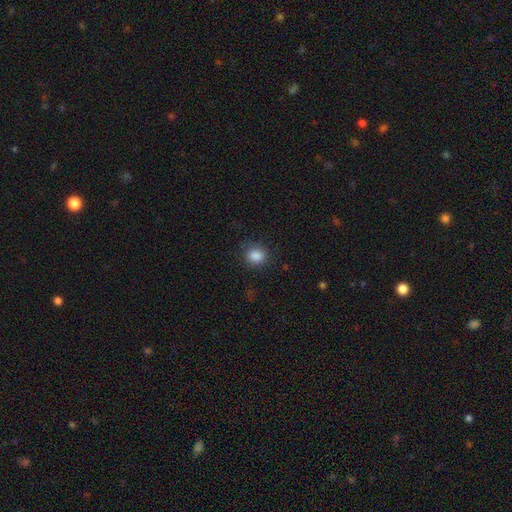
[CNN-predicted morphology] smooth-or-featured: smooth: 86% | star or artifact: 10% | featured or disk: 4%
  how-rounded: round: 85% | in between: 14% | cigar-shaped: 1%
  merging: none: 84% | minor disturbance: 11% | major disturbance: 4% | merger: 1%